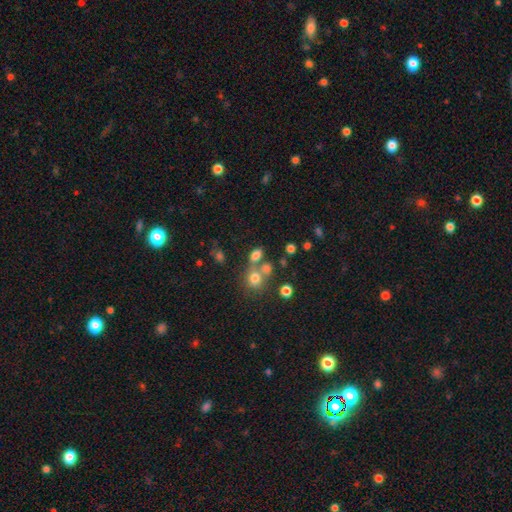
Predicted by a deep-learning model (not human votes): Smooth or featured? smooth (73%)
How rounded? in between (66%)
Merging? none (49%)